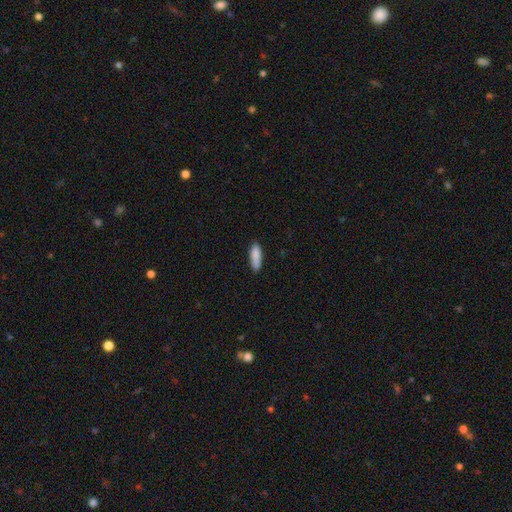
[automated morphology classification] smooth-or-featured: smooth: 87% | featured or disk: 6% | star or artifact: 6%
  how-rounded: cigar-shaped: 52% | in between: 46% | round: 2%
  merging: none: 82% | minor disturbance: 15% | major disturbance: 2% | merger: 1%